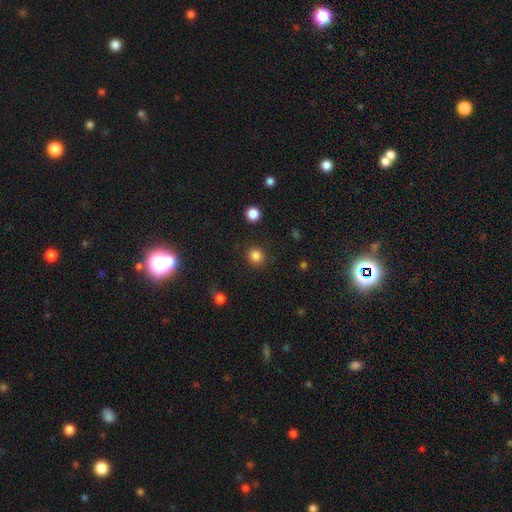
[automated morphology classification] type=smooth (84%); roundness=round (86%); merging=none (89%).